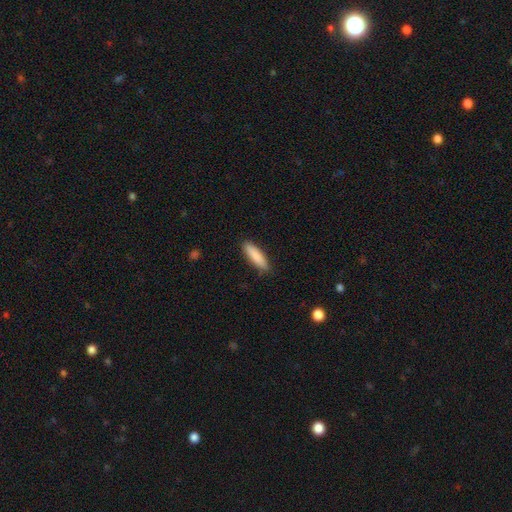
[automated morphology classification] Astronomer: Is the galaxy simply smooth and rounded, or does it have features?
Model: smooth — 87%.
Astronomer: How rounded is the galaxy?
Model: cigar-shaped — 65%.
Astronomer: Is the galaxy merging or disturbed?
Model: none — 87%.